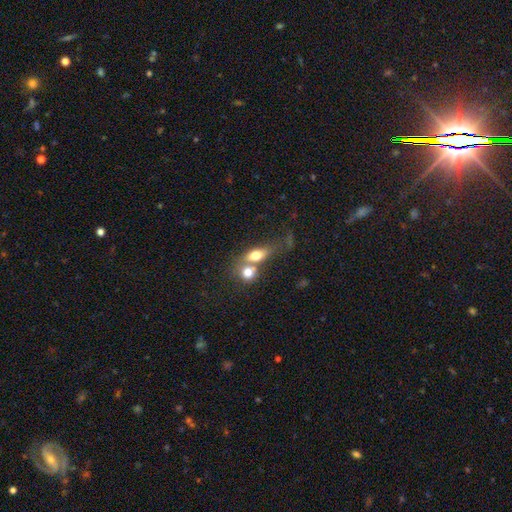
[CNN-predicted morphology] A smooth galaxy with no disk features (69%) that is in between round and cigar-shaped (57%). Merging: merger (61%).